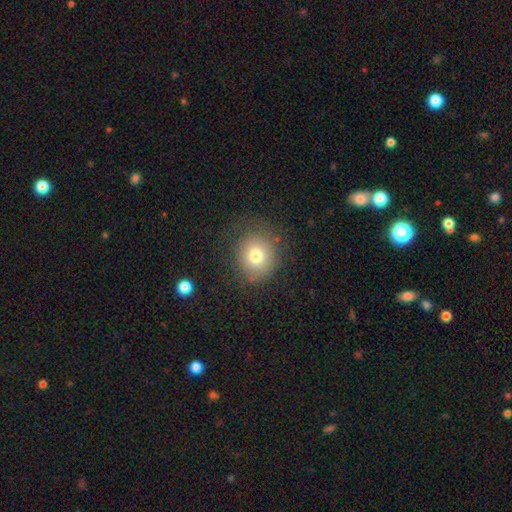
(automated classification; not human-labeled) smooth_or_featured: smooth (p=0.74) [alt: featured or disk p=0.13]
how_rounded: round (p=0.84) [alt: in between p=0.15]
merging: none (p=0.76) [alt: minor disturbance p=0.14]